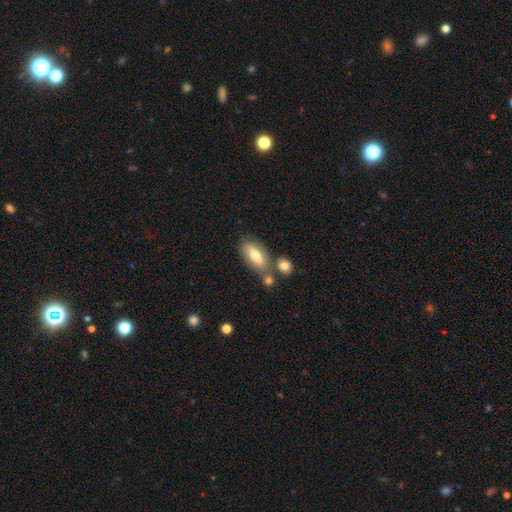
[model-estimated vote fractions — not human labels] A smooth galaxy with no disk features (67%) that is in between round and cigar-shaped (78%). Merging: none (62%).